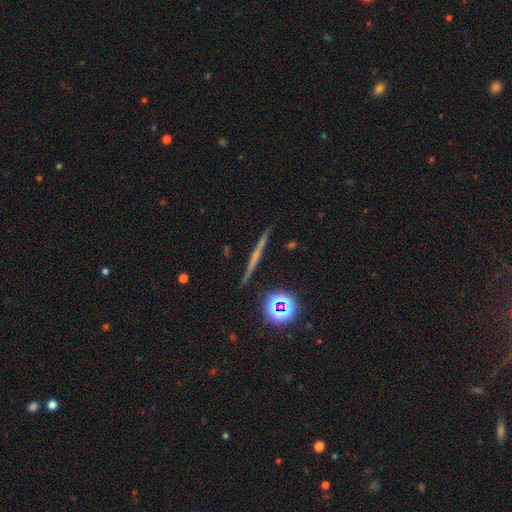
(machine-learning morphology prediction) Smooth or featured? featured or disk (55%)
Edge-on disk? yes (97%)
Edge-on bulge? none (75%)
Merging? none (91%)